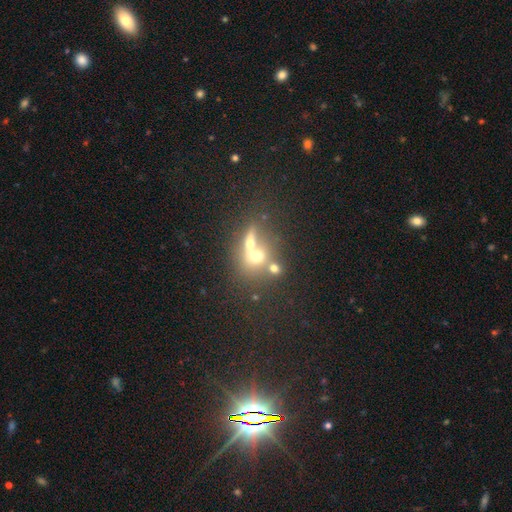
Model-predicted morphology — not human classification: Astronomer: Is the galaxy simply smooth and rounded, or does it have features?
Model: smooth — 55%.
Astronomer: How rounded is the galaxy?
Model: round — 66%.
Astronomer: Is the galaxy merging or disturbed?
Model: merger — 55% (runner-up: none, 31%).